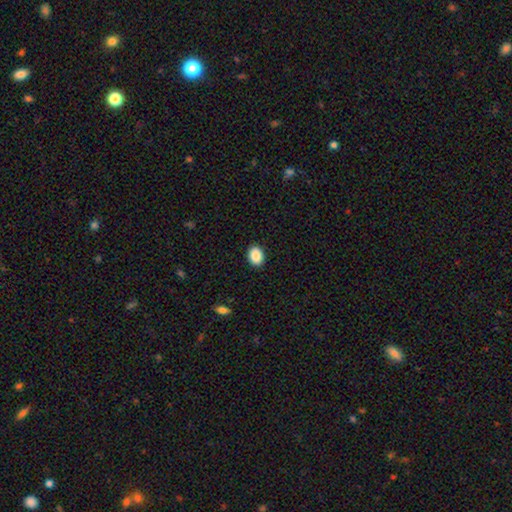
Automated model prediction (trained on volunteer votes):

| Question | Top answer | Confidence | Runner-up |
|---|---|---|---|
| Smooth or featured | smooth | 89% | star or artifact (8%) |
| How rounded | in between | 72% | round (27%) |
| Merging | none | 91% | minor disturbance (7%) |